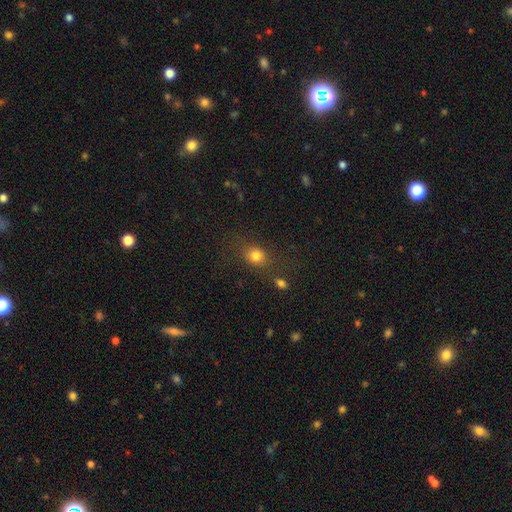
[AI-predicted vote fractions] Smooth or featured? Predicted: smooth (p=0.78). How rounded? Predicted: round (p=0.62). Merging? Predicted: none (p=0.68).